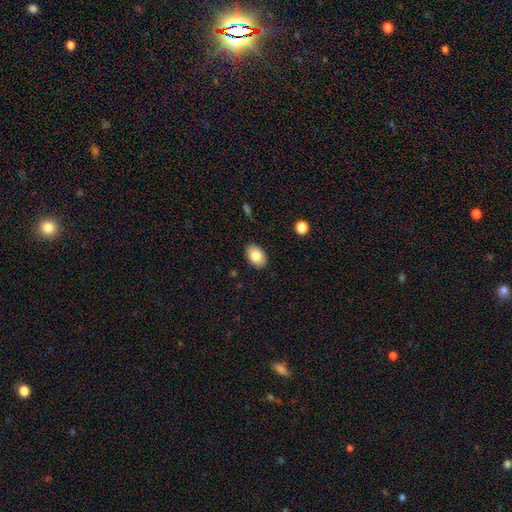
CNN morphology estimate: This appears to be a smooth galaxy with no disk features (84%) that is in between round and cigar-shaped (85%). Merging: none (88%).